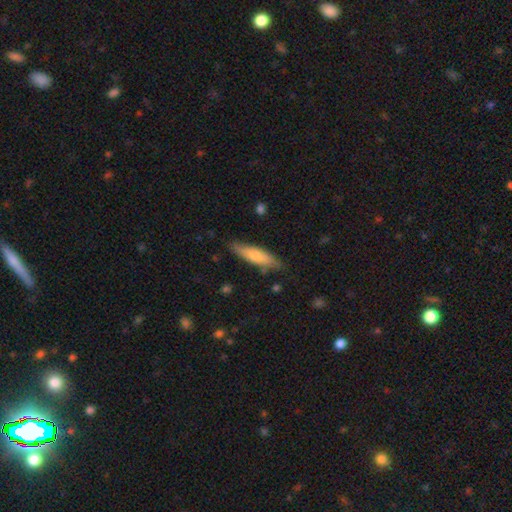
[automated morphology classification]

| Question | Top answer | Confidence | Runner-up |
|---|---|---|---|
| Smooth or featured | smooth | 73% | featured or disk (22%) |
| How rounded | cigar-shaped | 68% | in between (30%) |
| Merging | none | 79% | minor disturbance (16%) |